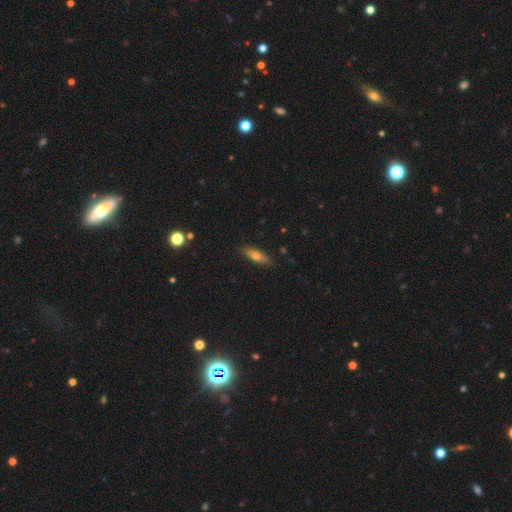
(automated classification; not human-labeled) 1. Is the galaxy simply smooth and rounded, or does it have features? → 58% smooth, 34% featured or disk, 8% star or artifact.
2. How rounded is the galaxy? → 60% cigar-shaped, 37% in between, 3% round.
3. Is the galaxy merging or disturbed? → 86% none, 11% minor disturbance, 2% major disturbance, 1% merger.